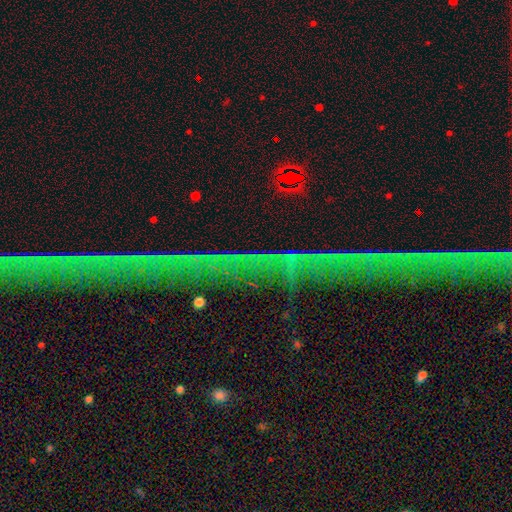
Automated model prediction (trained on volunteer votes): smooth-or-featured: star or artifact: 75% | featured or disk: 13% | smooth: 12%